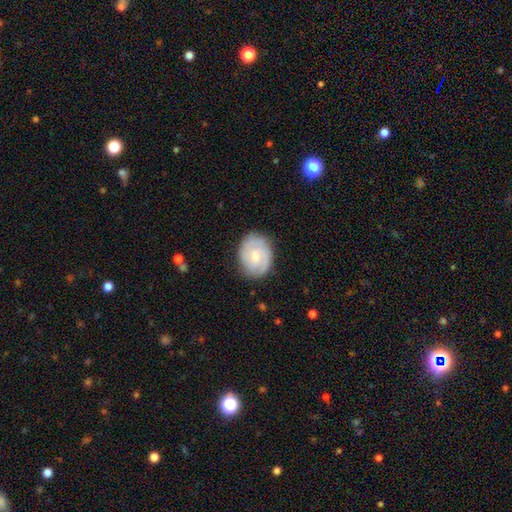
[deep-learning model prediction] This is likely a featured or disk galaxy (69%). It is clearly not viewed edge-on (98%). Bar: possibly no (47%, tied with weak). Spiral arm pattern: clearly yes (93%). Spiral arm count: possibly 2 (59%). Spiral winding: possibly tight (55%). Central bulge: possibly small (51%). Merging: clearly none (80%).